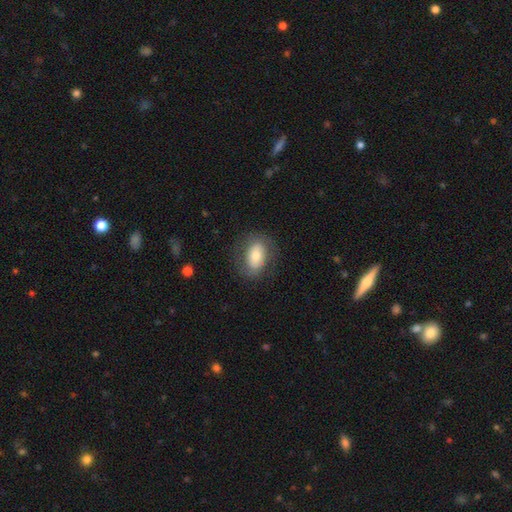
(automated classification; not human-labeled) Q: Smooth or featured?
A: smooth (68%); runner-up: featured or disk (25%)
Q: How rounded?
A: in between (85%); runner-up: round (13%)
Q: Merging?
A: none (78%); runner-up: minor disturbance (14%)